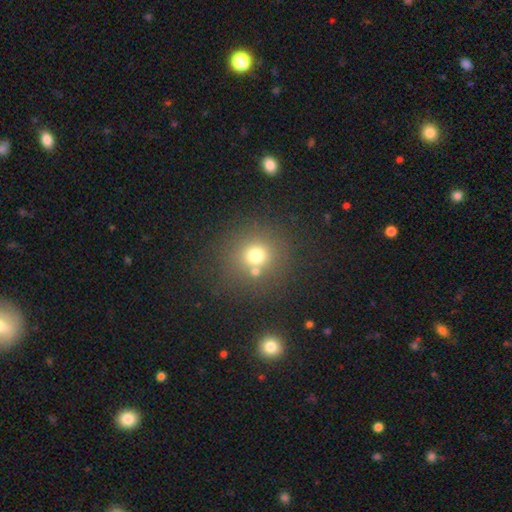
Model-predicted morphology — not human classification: This is likely a smooth galaxy (69%). How rounded: clearly round (89%). Merging: likely none (70%).